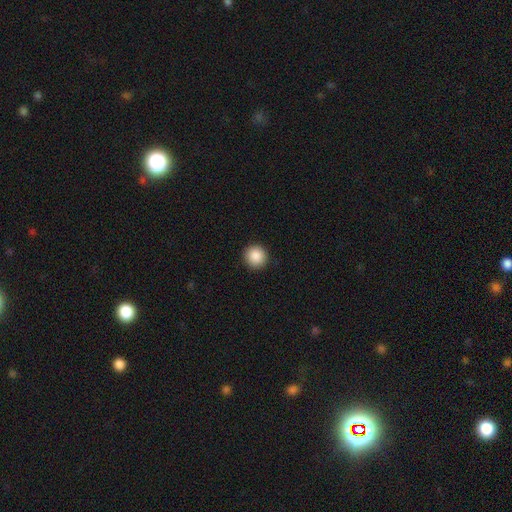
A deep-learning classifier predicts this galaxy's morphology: This is clearly a smooth galaxy (88%). How rounded: clearly round (95%). Merging: clearly none (93%).